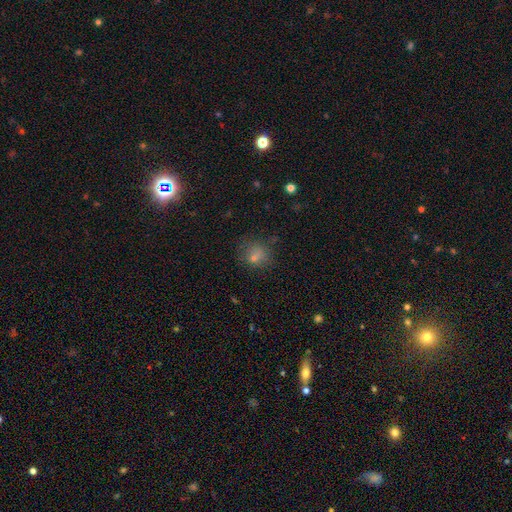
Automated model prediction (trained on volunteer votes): The model was most divided on "merging": none: 62%, minor disturbance: 20%, major disturbance: 11%, merger: 7%. More confident: how rounded — round (75%); smooth or featured — smooth (73%).